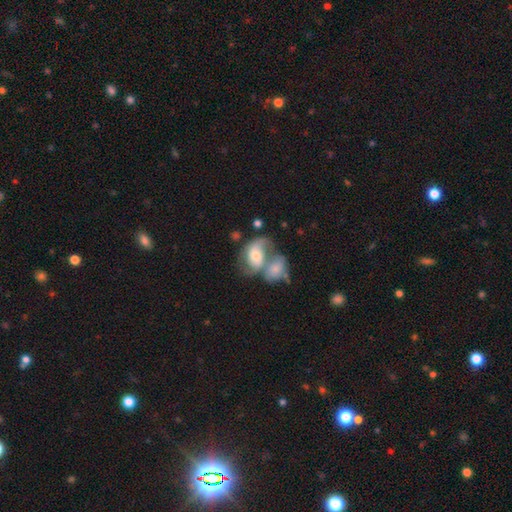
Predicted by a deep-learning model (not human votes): Smooth or featured? Predicted: featured or disk (p=0.57). Edge-on disk? Predicted: no (p=0.96). Bar? Predicted: no (p=0.56). Spiral arms? Predicted: yes (p=0.76). Bulge size? Predicted: moderate (p=0.61). Merging? Predicted: merger (p=0.63).